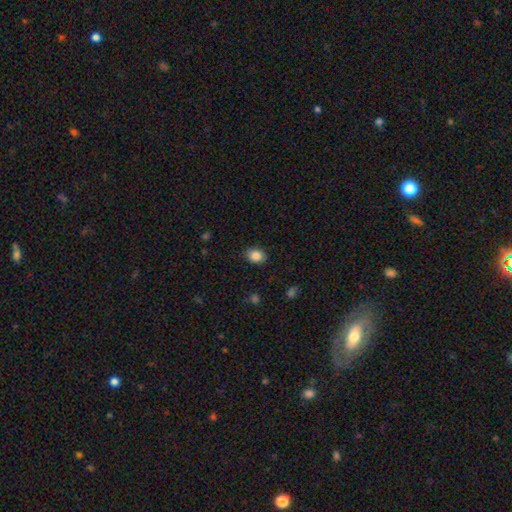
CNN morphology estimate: A smooth galaxy with no disk features (86%) that is in between round and cigar-shaped (58%).

Vote fractions:
- Smooth or featured? smooth: 86% / star or artifact: 9% / featured or disk: 5%
- How rounded? in between: 58% / round: 41% / cigar-shaped: 1%
- Merging? none: 87% / minor disturbance: 10% / major disturbance: 2% / merger: 1%